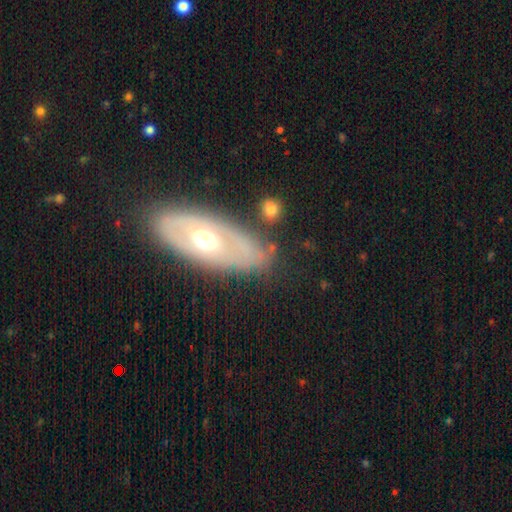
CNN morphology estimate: This is possibly a featured or disk galaxy (54%). It is likely not viewed edge-on (74%). Merging: likely none (73%).